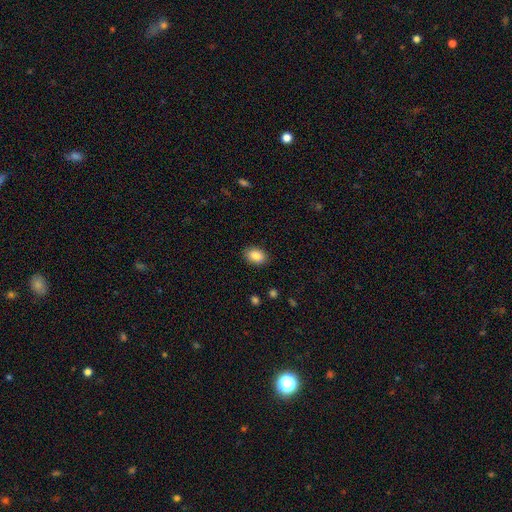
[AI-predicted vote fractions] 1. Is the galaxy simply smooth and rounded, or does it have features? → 86% smooth, 8% star or artifact, 6% featured or disk.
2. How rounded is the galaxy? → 81% in between, 18% round, 1% cigar-shaped.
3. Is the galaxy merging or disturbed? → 88% none, 9% minor disturbance, 2% major disturbance, 1% merger.